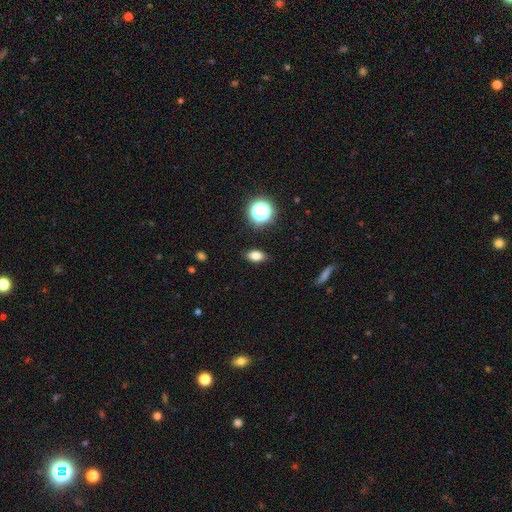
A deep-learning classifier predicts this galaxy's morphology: smooth 79%, star or artifact 14%, featured or disk 7%. Down the decision tree: how rounded — in between (83%); merging — none (88%).